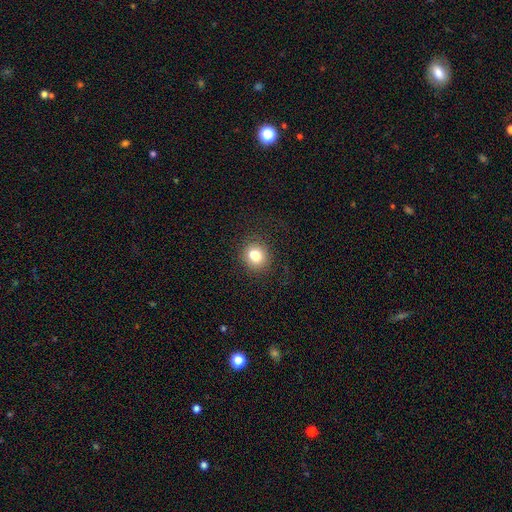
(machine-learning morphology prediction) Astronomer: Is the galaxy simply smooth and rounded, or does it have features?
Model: smooth — 80%.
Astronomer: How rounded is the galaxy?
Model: round — 75%.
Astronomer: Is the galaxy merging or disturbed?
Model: none — 78%.